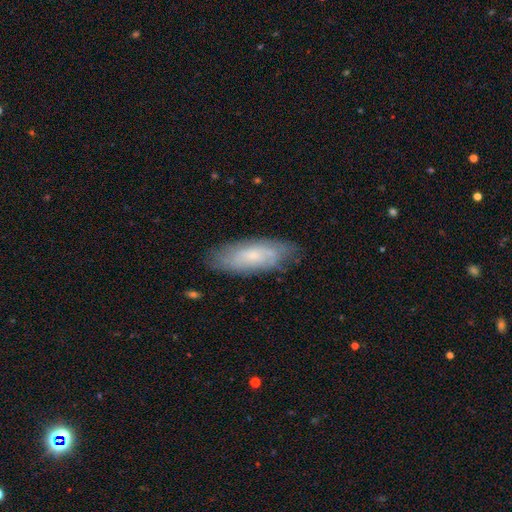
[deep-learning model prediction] Smooth or featured: featured or disk — 46% (smooth — 44%)
Merging: none — 81% (minor disturbance — 15%)